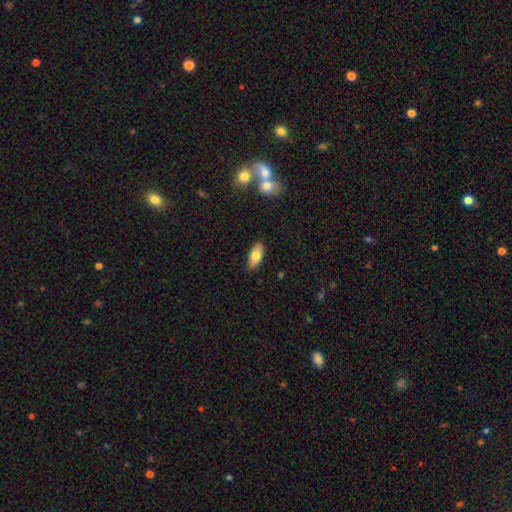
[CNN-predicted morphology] Smooth or featured? smooth (75%)
How rounded? in between (86%)
Merging? none (87%)